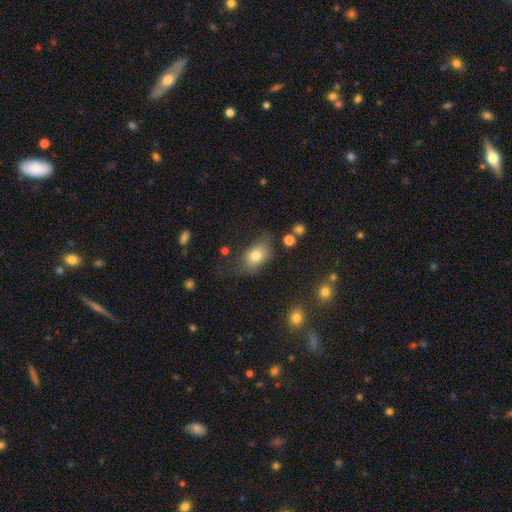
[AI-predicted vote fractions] smooth-or-featured: smooth: 79% | featured or disk: 11% | star or artifact: 10%
  how-rounded: in between: 79% | round: 19% | cigar-shaped: 2%
  merging: none: 58% | minor disturbance: 26% | major disturbance: 13% | merger: 4%